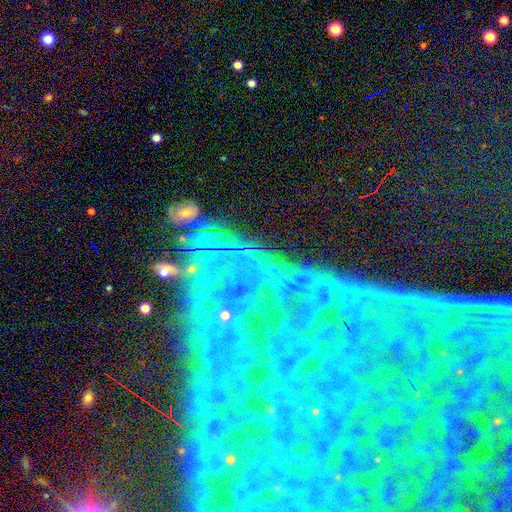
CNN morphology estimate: This is likely a star or artifact rather than a galaxy (75%).